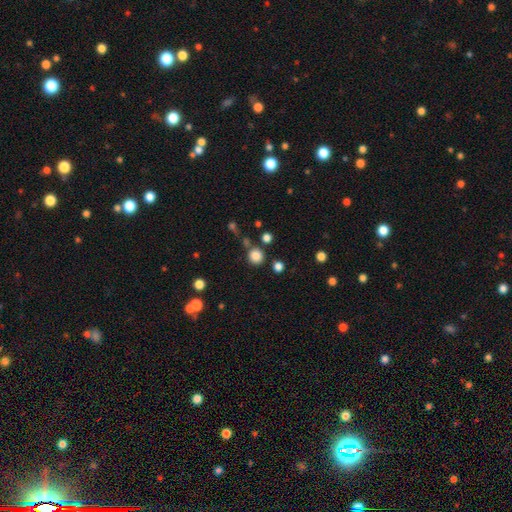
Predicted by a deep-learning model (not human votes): smooth-or-featured: smooth: 83% | star or artifact: 12% | featured or disk: 5%
  how-rounded: round: 93% | in between: 6% | cigar-shaped: 1%
  merging: none: 81% | minor disturbance: 8% | merger: 8% | major disturbance: 3%